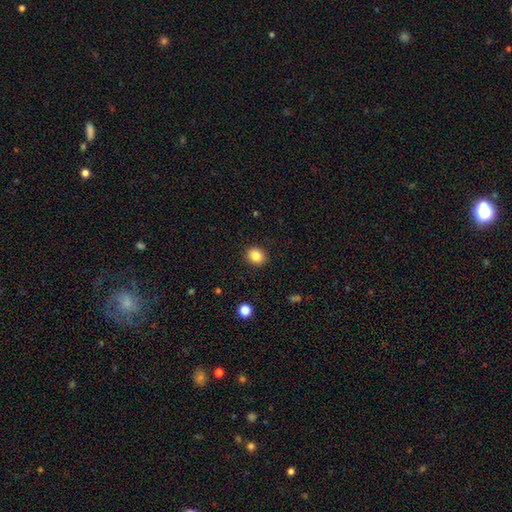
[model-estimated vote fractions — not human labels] Morphology: type=smooth (85%); roundness=round (66%); merging=none (90%).